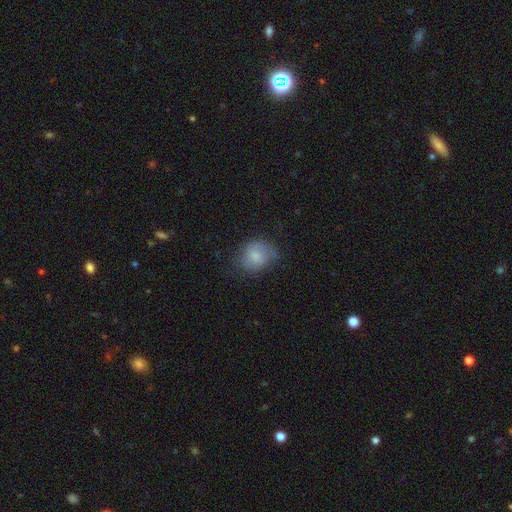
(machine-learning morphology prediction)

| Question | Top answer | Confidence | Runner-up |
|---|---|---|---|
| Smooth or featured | smooth | 68% | featured or disk (24%) |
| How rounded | round | 56% | in between (43%) |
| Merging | none | 58% | minor disturbance (29%) |